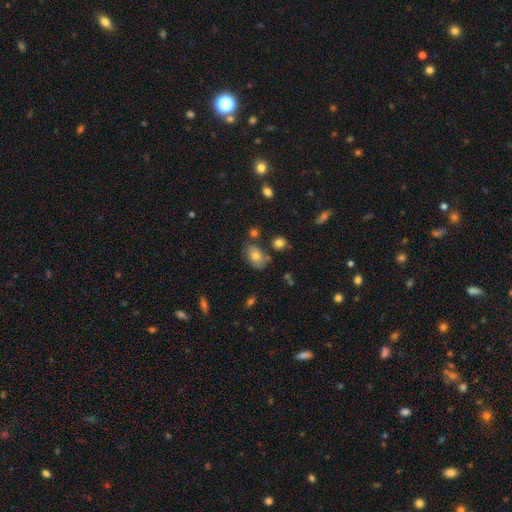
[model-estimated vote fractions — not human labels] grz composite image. It shows a smooth galaxy with no disk features (71%) that is in between round and cigar-shaped (81%). Merging: none (64%).